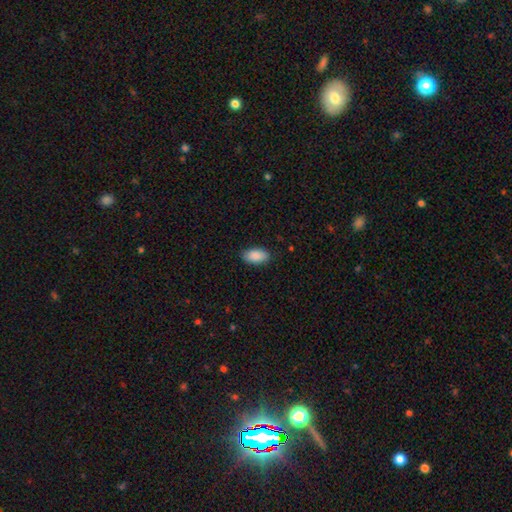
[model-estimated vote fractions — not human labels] The model was most divided on "merging": none: 86%, minor disturbance: 10%, major disturbance: 2%, merger: 1%. More confident: how rounded — in between (95%); smooth or featured — smooth (90%).